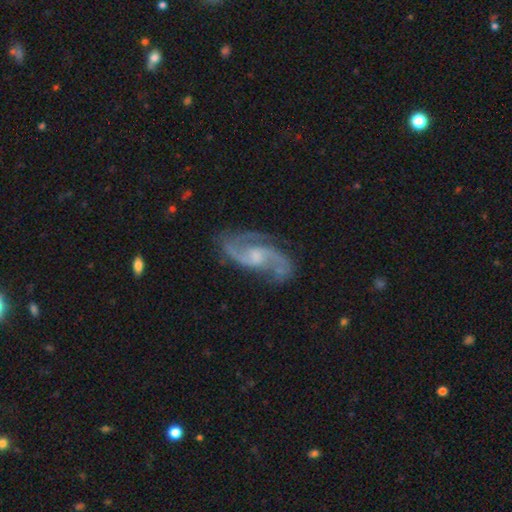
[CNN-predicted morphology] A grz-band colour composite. It shows a featured or disk galaxy (91%) with a weak bar (48%), 2 (92%) medium (56%) spiral arms (98%) and a small central bulge (43%). Merging: none (74%).